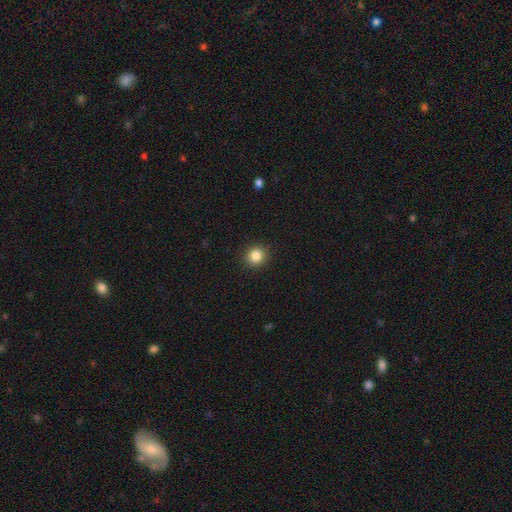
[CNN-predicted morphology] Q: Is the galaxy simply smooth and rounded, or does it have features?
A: smooth — 84%.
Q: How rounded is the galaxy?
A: round — 89%.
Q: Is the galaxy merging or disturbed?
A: none — 91%.